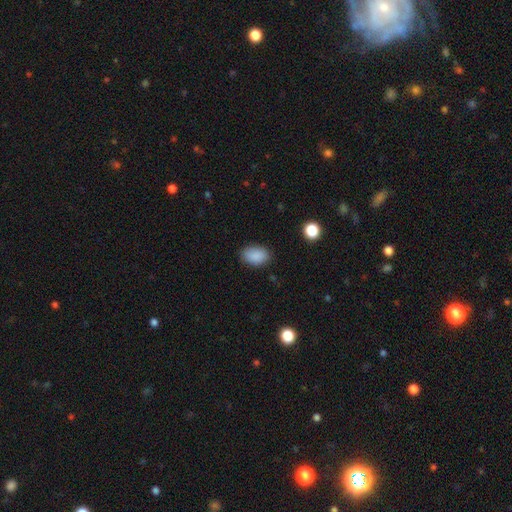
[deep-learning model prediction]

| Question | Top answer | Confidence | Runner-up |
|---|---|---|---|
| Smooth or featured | smooth | 88% | star or artifact (8%) |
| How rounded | in between | 89% | round (10%) |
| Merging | none | 84% | minor disturbance (12%) |